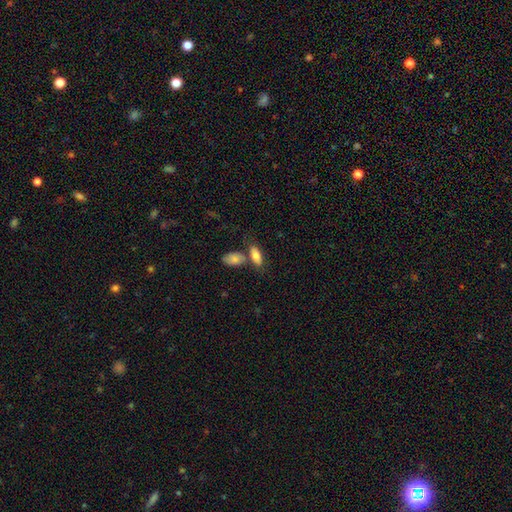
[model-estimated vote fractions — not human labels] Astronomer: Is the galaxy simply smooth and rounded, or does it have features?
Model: smooth — 79%.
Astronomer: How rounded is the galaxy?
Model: in between — 86%.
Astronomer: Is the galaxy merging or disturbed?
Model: none — 52% (runner-up: merger, 31%).